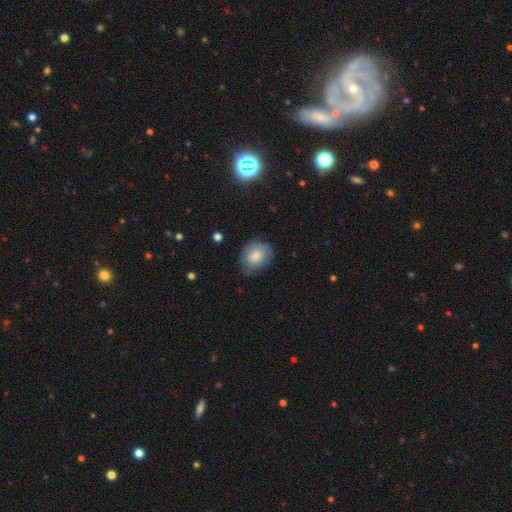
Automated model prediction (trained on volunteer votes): A smooth galaxy with no disk features (79%) that is round (54%). Merging: none (68%).